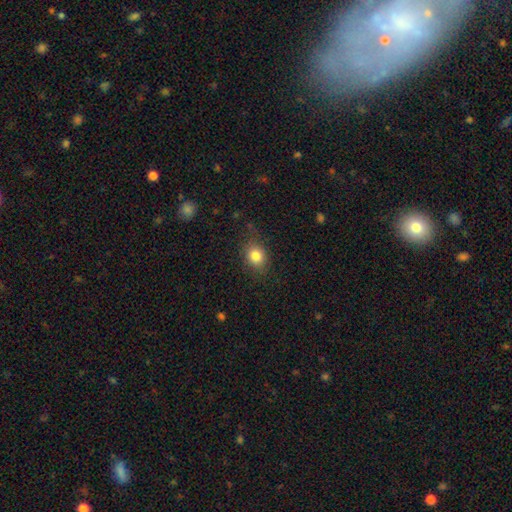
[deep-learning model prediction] Smooth or featured: smooth — 83% (star or artifact — 10%)
How rounded: round — 56% (in between — 43%)
Merging: none — 81% (minor disturbance — 14%)